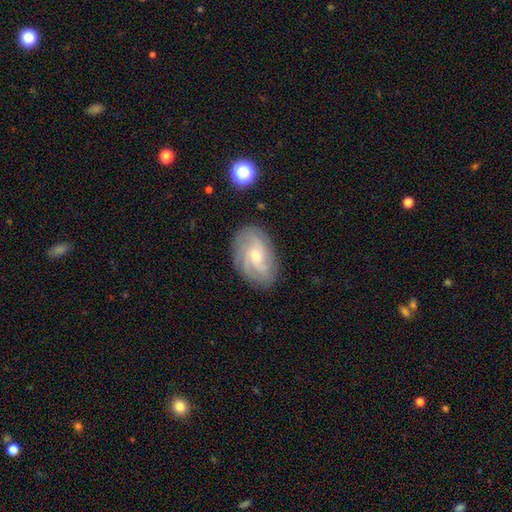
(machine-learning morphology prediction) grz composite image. It shows a featured or disk galaxy (79%) with no bar (55%), 3 (33%) tight (52%) spiral arms (95%) and a small central bulge (50%). Merging: none (79%).